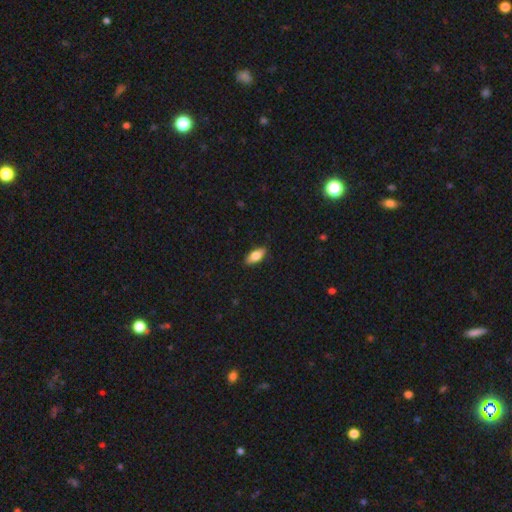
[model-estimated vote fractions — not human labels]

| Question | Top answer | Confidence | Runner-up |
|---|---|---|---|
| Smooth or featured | smooth | 79% | featured or disk (14%) |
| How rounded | in between | 86% | cigar-shaped (12%) |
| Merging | none | 85% | minor disturbance (12%) |